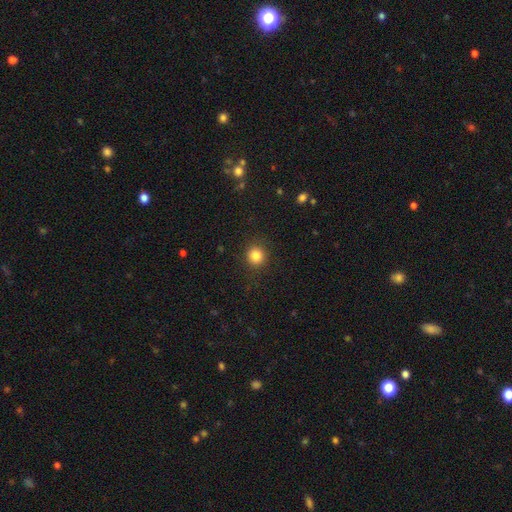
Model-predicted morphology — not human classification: A smooth galaxy with no disk features (84%) that is round (91%). Merging: none (89%).